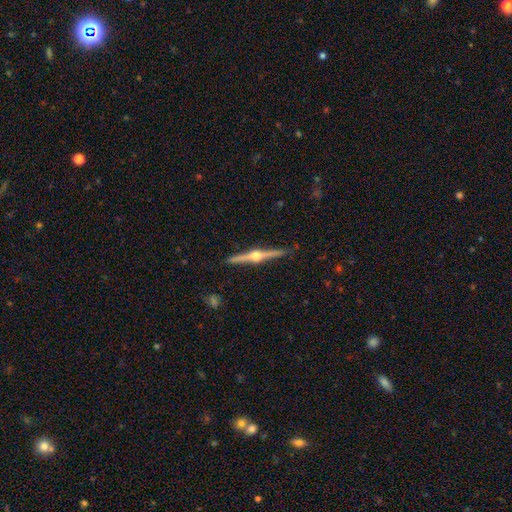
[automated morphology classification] type=featured or disk (87%); edge-on=yes (99%); edge-on bulge=rounded (96%); merging=none (91%).